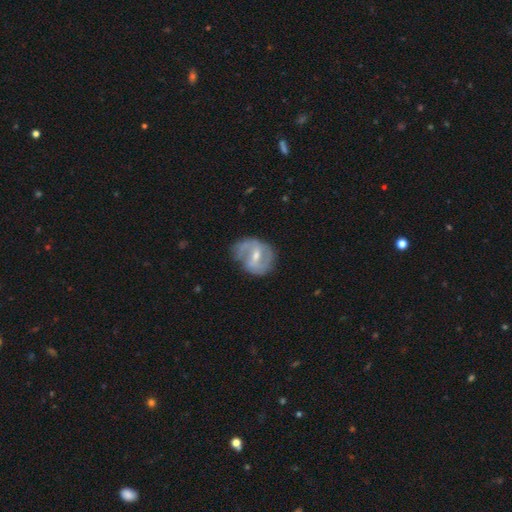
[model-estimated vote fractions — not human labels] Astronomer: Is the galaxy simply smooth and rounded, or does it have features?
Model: featured or disk — 73%.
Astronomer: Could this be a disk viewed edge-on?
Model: no — 96%.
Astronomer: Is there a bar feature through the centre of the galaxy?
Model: weak — 48% (runner-up: strong, 33%).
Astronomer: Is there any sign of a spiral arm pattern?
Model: yes — 80%.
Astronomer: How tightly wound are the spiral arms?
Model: medium — 43% (runner-up: tight, 30%).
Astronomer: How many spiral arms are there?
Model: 2 — 66%.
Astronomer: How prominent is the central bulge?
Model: moderate — 52% (runner-up: small, 43%).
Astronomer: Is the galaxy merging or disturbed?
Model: none — 59%.